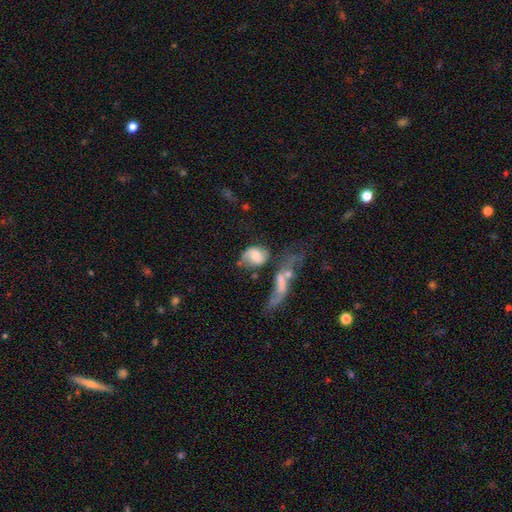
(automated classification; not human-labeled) smooth 50%, featured or disk 42%, star or artifact 8%. Down the decision tree: merging — none (37%).